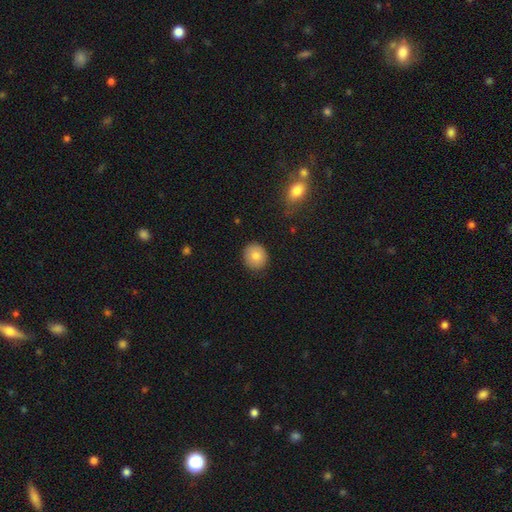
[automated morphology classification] This is clearly a smooth galaxy (81%). How rounded: clearly round (86%). Merging: clearly none (88%).